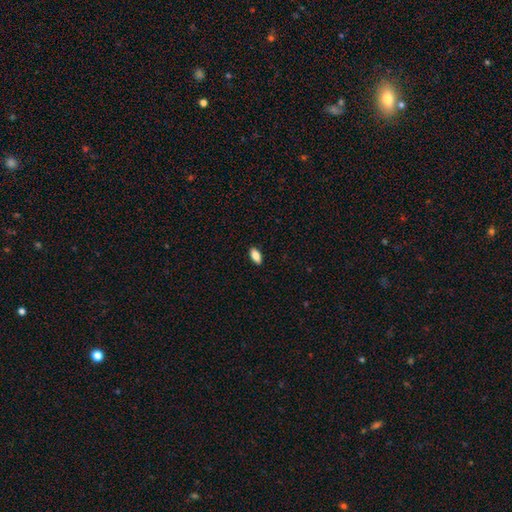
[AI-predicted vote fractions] Smooth or featured? smooth (86%)
How rounded? in between (89%)
Merging? none (90%)